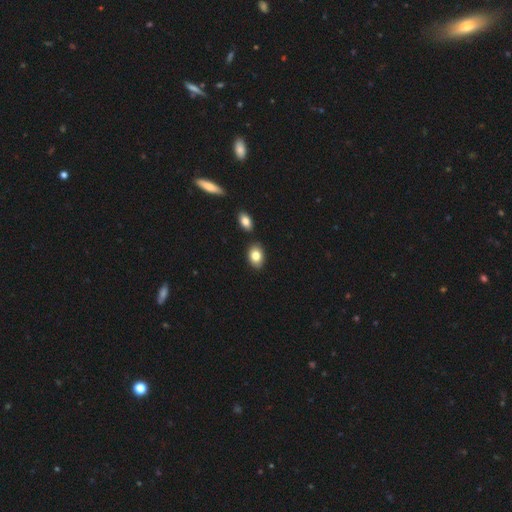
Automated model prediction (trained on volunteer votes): This appears to be a smooth galaxy with no disk features (83%) that is in between round and cigar-shaped (83%). Merging: none (81%).